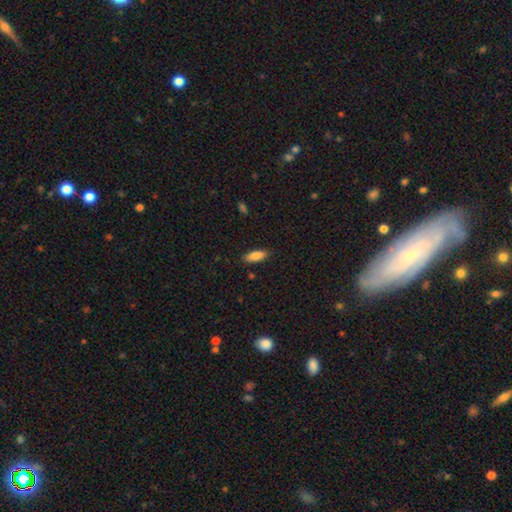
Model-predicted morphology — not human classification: smooth_or_featured: smooth (p=0.85) [alt: featured or disk p=0.09]
how_rounded: in between (p=0.71) [alt: cigar-shaped p=0.27]
merging: none (p=0.87) [alt: minor disturbance p=0.10]